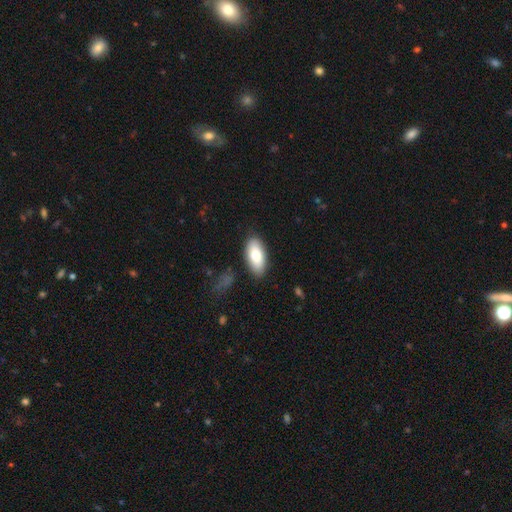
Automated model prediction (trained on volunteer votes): smooth_or_featured: smooth (p=0.76) [alt: featured or disk p=0.18]
how_rounded: in between (p=0.91) [alt: cigar-shaped p=0.06]
merging: none (p=0.86) [alt: minor disturbance p=0.10]